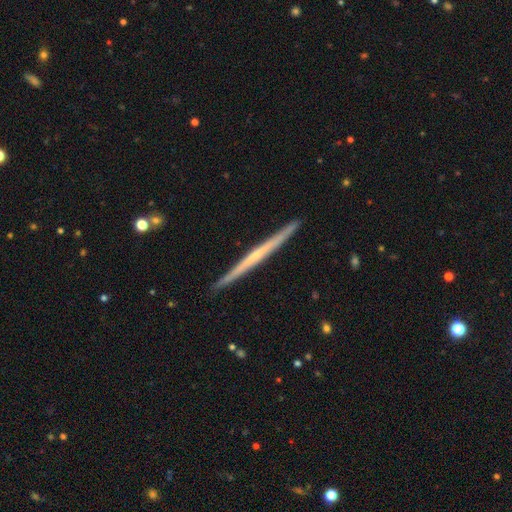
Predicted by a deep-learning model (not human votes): Smooth or featured: featured or disk — 69% (smooth — 26%)
Edge-on disk: yes — 98% (no — 2%)
Edge-on bulge: none — 73% (rounded — 22%)
Merging: none — 92% (minor disturbance — 6%)